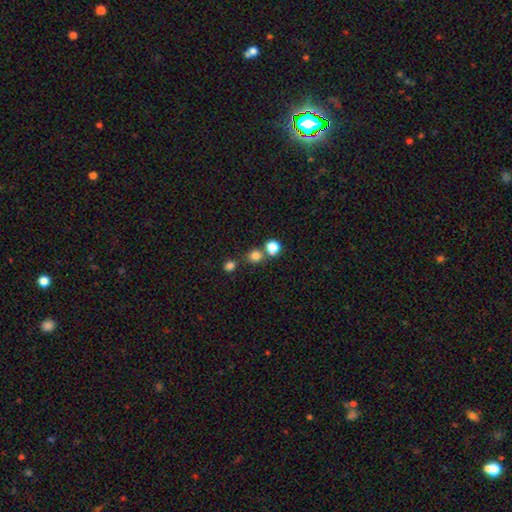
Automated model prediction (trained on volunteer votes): Smooth or featured? smooth (77%)
How rounded? round (84%)
Merging? none (65%)